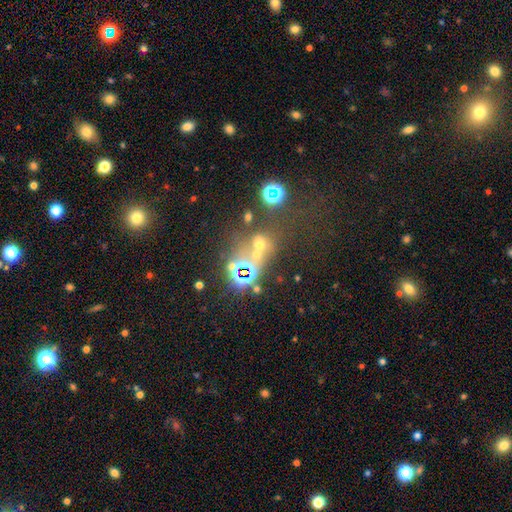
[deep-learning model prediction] smooth-or-featured: star or artifact: 49% | smooth: 34% | featured or disk: 17%